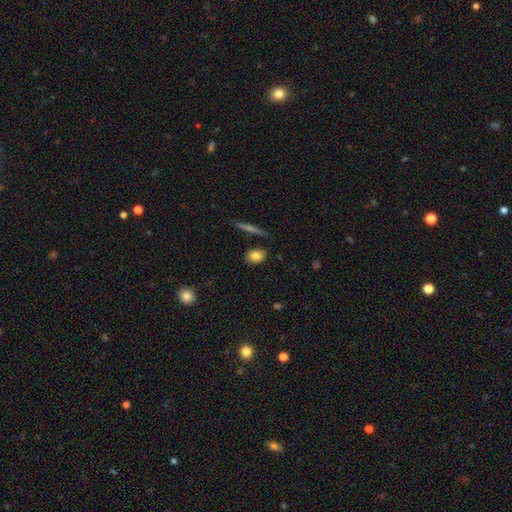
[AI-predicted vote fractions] This appears to be a smooth galaxy with no disk features (82%) that is in between round and cigar-shaped (66%). Merging: none (81%).